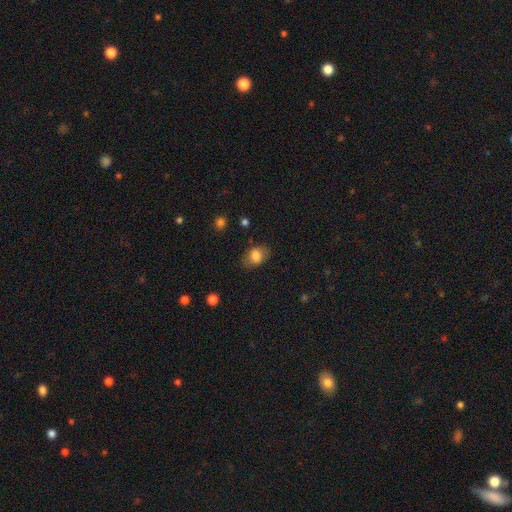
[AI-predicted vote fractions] smooth 82%, featured or disk 10%, star or artifact 9%. Down the decision tree: how rounded — in between (70%); merging — none (77%).